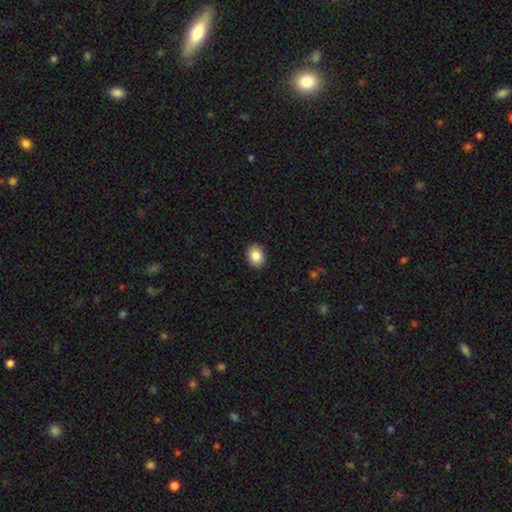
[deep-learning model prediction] Overall: smooth (86%). How rounded: in between (62%; round 38%). Merging: none (91%).